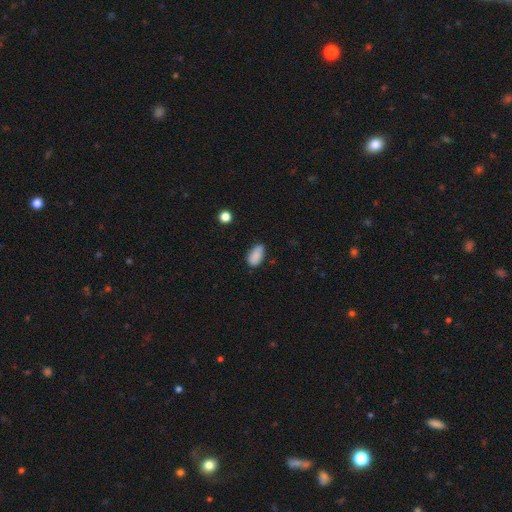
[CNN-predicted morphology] Q: Smooth or featured?
A: smooth (85%); runner-up: star or artifact (8%)
Q: How rounded?
A: in between (92%); runner-up: round (5%)
Q: Merging?
A: none (64%); runner-up: minor disturbance (27%)